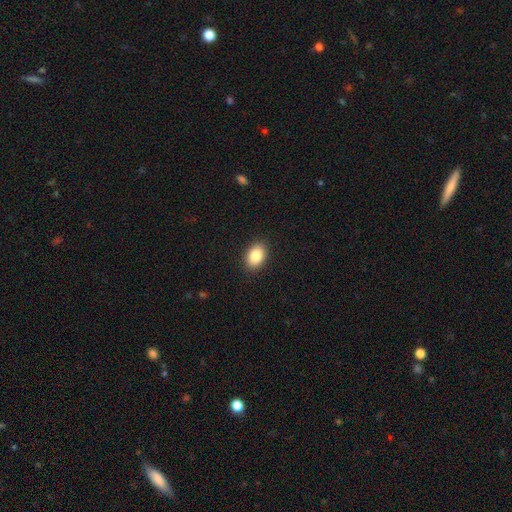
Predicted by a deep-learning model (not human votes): smooth 86%, star or artifact 8%, featured or disk 7%. Down the decision tree: how rounded — in between (82%); merging — none (90%).